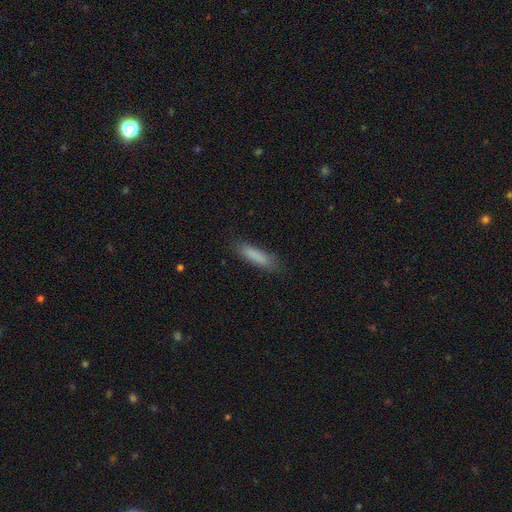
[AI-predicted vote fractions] Smooth or featured: smooth — 84% (featured or disk — 9%)
How rounded: cigar-shaped — 72% (in between — 26%)
Merging: none — 81% (minor disturbance — 14%)